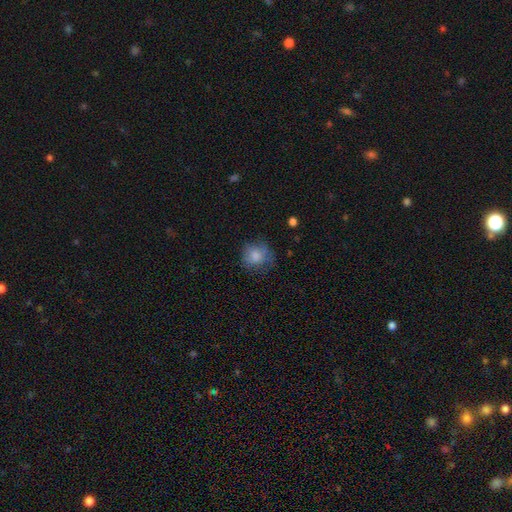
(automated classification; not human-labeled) A smooth galaxy with no disk features (79%) that is round (81%). Merging: none (61%).